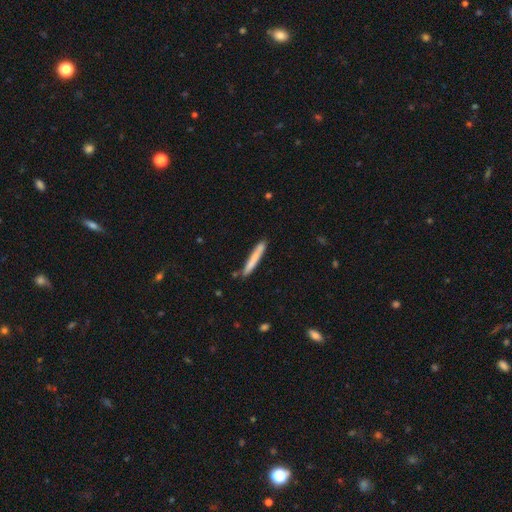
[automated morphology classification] The model was most divided on "smooth or featured": smooth: 73%, featured or disk: 22%, star or artifact: 5%. More confident: how rounded — cigar-shaped (96%); merging — none (83%).